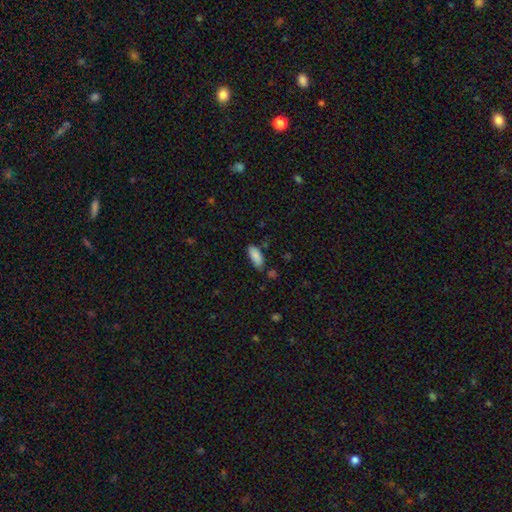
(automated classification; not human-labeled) Smooth or featured? Predicted: smooth (p=0.87). How rounded? Predicted: in between (p=0.84). Merging? Predicted: none (p=0.74).